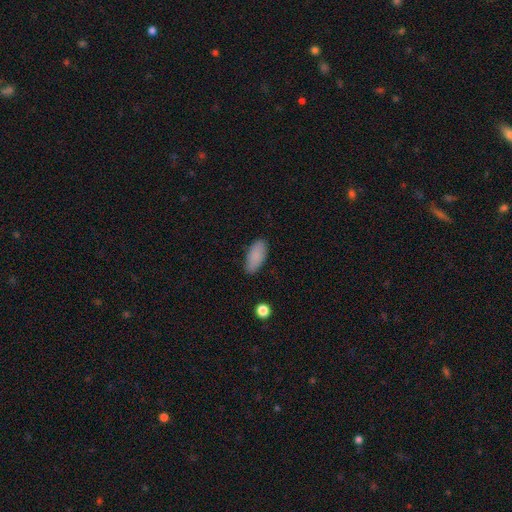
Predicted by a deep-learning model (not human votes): Smooth or featured? smooth (87%)
How rounded? in between (88%)
Merging? none (83%)